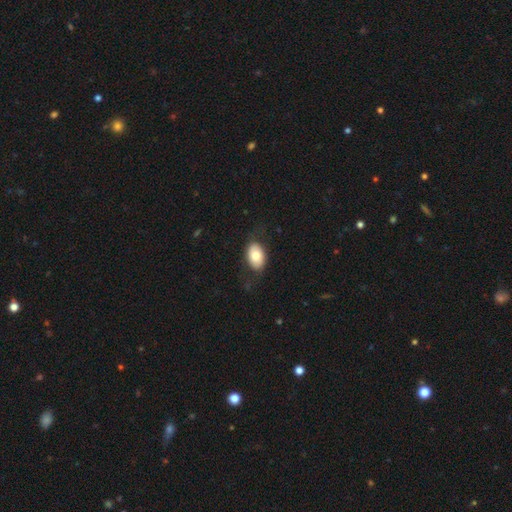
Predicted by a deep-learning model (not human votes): Overall: smooth (74%). How rounded: in between (90%). Merging: none (76%).